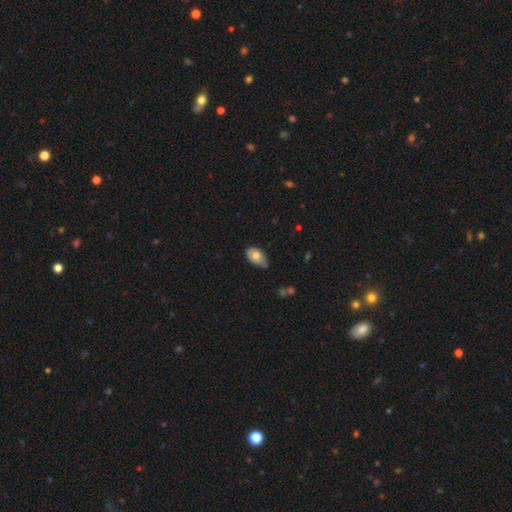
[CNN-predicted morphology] This appears to be a smooth galaxy with no disk features (71%) that is in between round and cigar-shaped (91%). Merging: none (55%).